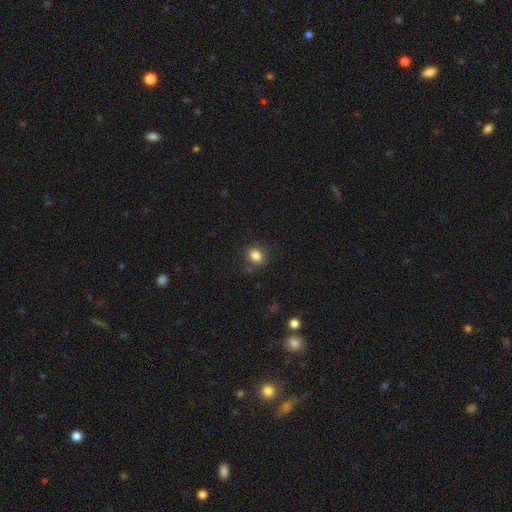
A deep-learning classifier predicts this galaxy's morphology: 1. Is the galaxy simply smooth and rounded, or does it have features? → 84% smooth, 11% star or artifact, 5% featured or disk.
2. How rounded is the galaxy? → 65% round, 34% in between, 1% cigar-shaped.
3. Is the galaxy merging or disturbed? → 85% none, 10% minor disturbance, 3% major disturbance, 2% merger.